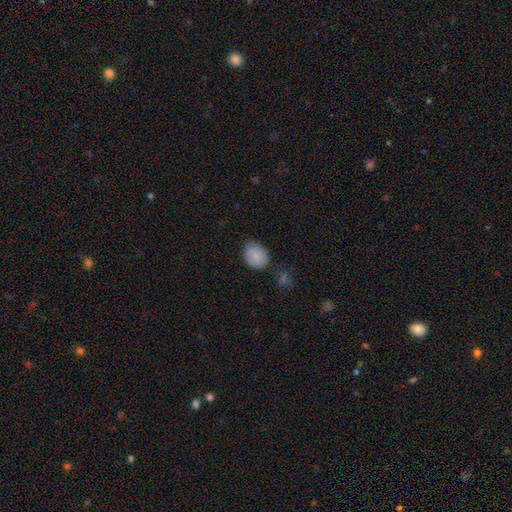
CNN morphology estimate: smooth 86%, star or artifact 7%, featured or disk 7%. Down the decision tree: how rounded — in between (54%); merging — none (72%).